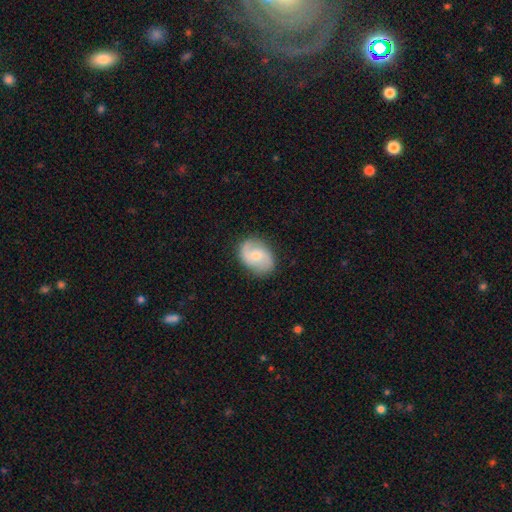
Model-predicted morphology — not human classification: Overall: featured or disk (63%; smooth 31%). Edge-on disk: no (97%). Bar: no (52%; weak 40%). Spiral arms: yes (89%). Spiral arm count: 2 (85%). Spiral winding: medium (46%; loose 33%). Bulge size: moderate (57%; small 37%). Merging: none (80%).